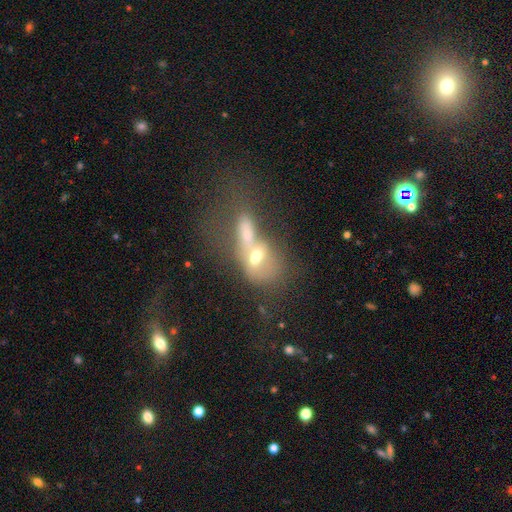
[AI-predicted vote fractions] smooth-or-featured: featured or disk: 45% | smooth: 40% | star or artifact: 15%
  merging: merger: 75% | major disturbance: 11% | none: 9% | minor disturbance: 5%